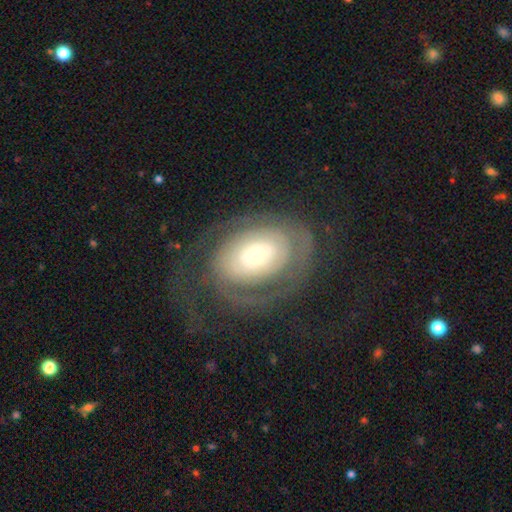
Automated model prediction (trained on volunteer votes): Smooth or featured? Predicted: featured or disk (p=0.71). Edge-on disk? Predicted: no (p=0.95). Bar? Predicted: no (p=0.80). Spiral arms? Predicted: yes (p=0.69). Bulge size? Predicted: small (p=0.49). Merging? Predicted: none (p=0.54).